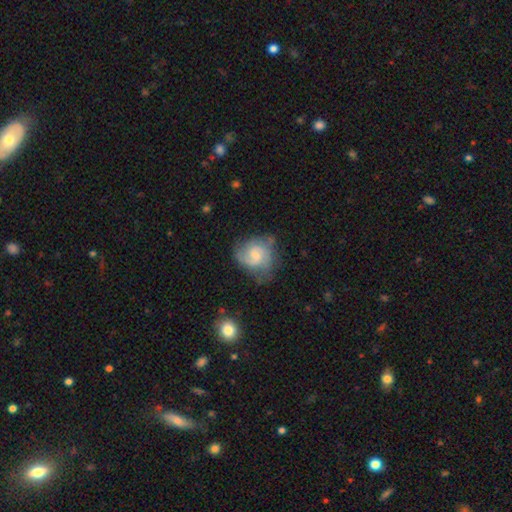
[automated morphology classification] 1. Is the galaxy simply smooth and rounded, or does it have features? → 73% featured or disk, 21% smooth, 7% star or artifact.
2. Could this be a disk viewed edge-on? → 98% no, 2% yes.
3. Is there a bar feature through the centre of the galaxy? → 48% no, 46% weak, 6% strong.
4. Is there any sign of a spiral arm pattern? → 93% yes, 7% no.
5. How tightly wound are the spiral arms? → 48% medium, 34% tight, 18% loose.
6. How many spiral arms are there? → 67% 2, 15% can't tell, 8% 3, 6% 1, 2% 4, 2% more than 4.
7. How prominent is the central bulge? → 48% small, 34% moderate, 12% none, 4% large, 1% dominant.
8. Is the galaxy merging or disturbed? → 59% none, 25% minor disturbance, 13% major disturbance, 3% merger.